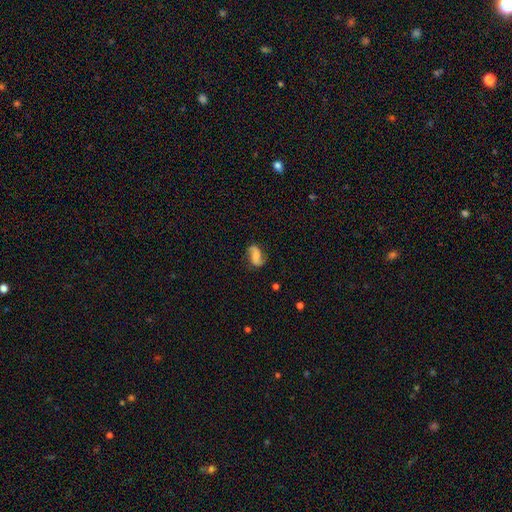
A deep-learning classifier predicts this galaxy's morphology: The model was most divided on "bar": no: 46%, weak: 34%, strong: 20%. Remaining: edge-on disk — no (97%); spiral arms — yes (93%); spiral arm count — 2 (91%); merging — none (73%); spiral winding — loose (63%); smooth or featured — featured or disk (62%); bulge size — none (49%).